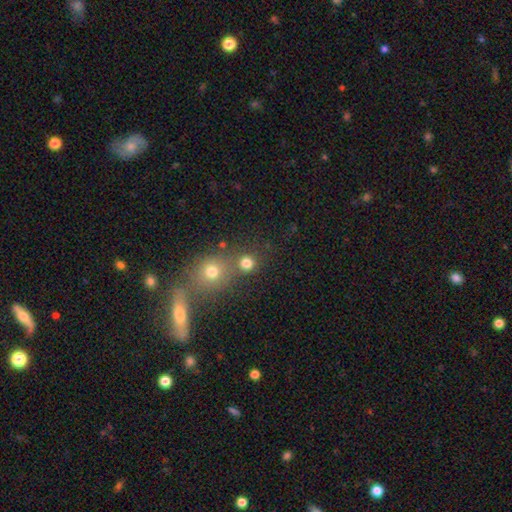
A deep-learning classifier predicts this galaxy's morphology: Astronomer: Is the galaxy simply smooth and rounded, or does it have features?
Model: smooth — 56%.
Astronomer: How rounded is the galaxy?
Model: round — 77%.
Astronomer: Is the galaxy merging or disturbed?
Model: none — 53% (runner-up: merger, 34%).